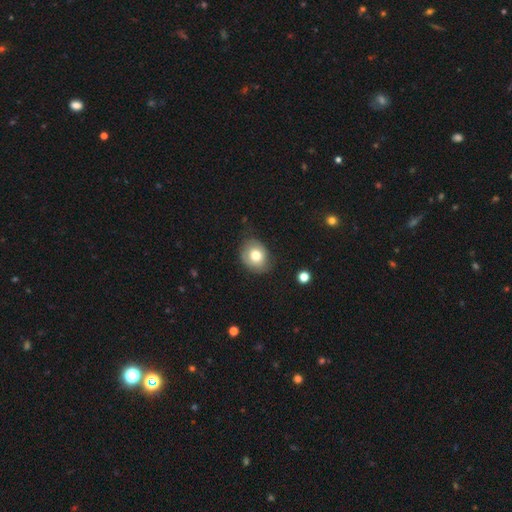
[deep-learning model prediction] Smooth or featured? Predicted: smooth (p=0.73). How rounded? Predicted: round (p=0.61). Merging? Predicted: none (p=0.69).